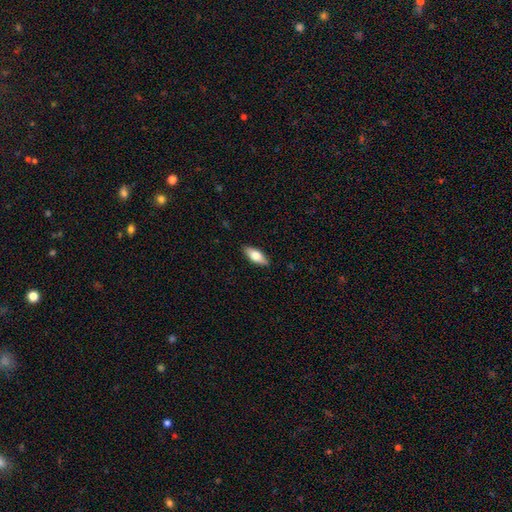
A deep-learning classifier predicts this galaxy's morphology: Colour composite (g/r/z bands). It shows a smooth galaxy with no disk features (69%) that is in between round and cigar-shaped (75%). Merging: none (89%).